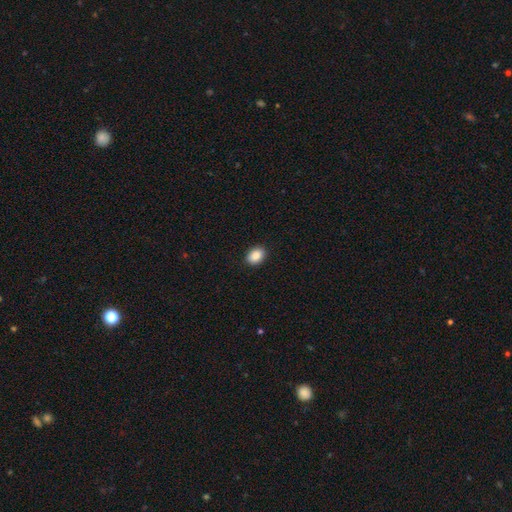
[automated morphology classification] Overall: smooth (88%). How rounded: in between (71%). Merging: none (91%).